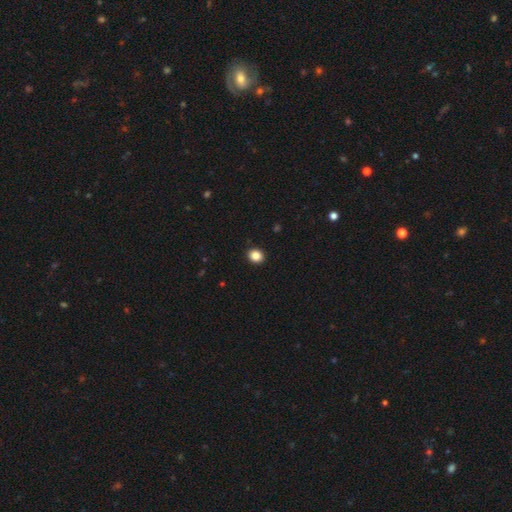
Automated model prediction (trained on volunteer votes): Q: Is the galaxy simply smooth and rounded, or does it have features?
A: smooth — 87%.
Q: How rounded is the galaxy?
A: round — 69%.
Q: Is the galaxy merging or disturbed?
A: none — 92%.